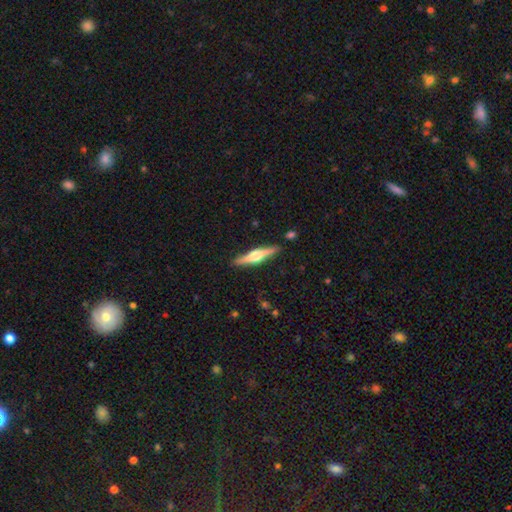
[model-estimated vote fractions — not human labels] Smooth or featured: featured or disk — 72% (smooth — 23%)
Edge-on disk: yes — 98% (no — 2%)
Edge-on bulge: rounded — 94% (boxy — 4%)
Merging: none — 90% (minor disturbance — 7%)